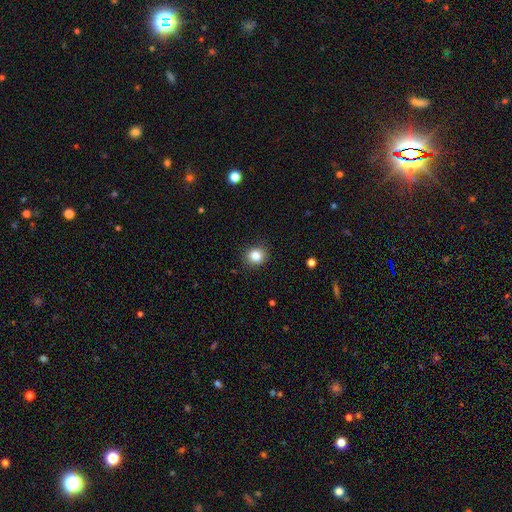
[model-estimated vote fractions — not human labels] The model was most divided on "how rounded": round: 82%, in between: 17%, cigar-shaped: 1%. More confident: merging — none (89%); smooth or featured — smooth (84%).